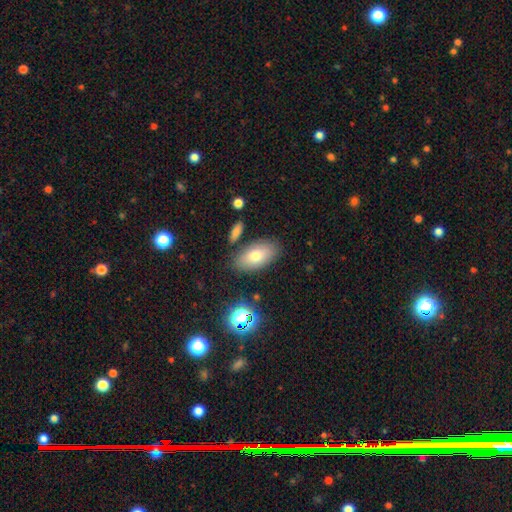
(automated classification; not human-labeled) smooth 74%, featured or disk 17%, star or artifact 9%. Down the decision tree: how rounded — in between (92%); merging — none (79%).